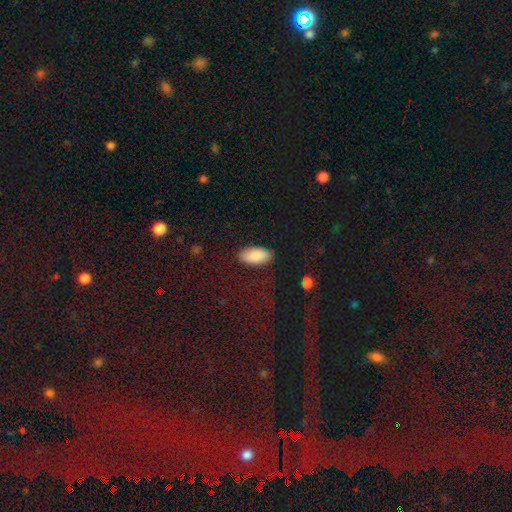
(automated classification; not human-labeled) A smooth galaxy with no disk features (89%) that is in between round and cigar-shaped (94%).

Vote fractions:
- Smooth or featured? smooth: 89% / star or artifact: 6% / featured or disk: 5%
- How rounded? in between: 94% / cigar-shaped: 4% / round: 2%
- Merging? none: 84% / minor disturbance: 11% / major disturbance: 3% / merger: 1%